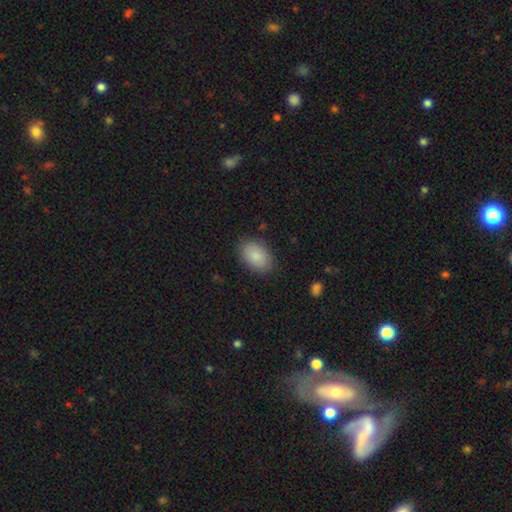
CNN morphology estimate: A smooth galaxy with no disk features (86%) that is in between round and cigar-shaped (89%).

Vote fractions:
- Smooth or featured? smooth: 86% / featured or disk: 8% / star or artifact: 6%
- How rounded? in between: 89% / round: 10% / cigar-shaped: 1%
- Merging? none: 84% / minor disturbance: 11% / major disturbance: 3% / merger: 1%